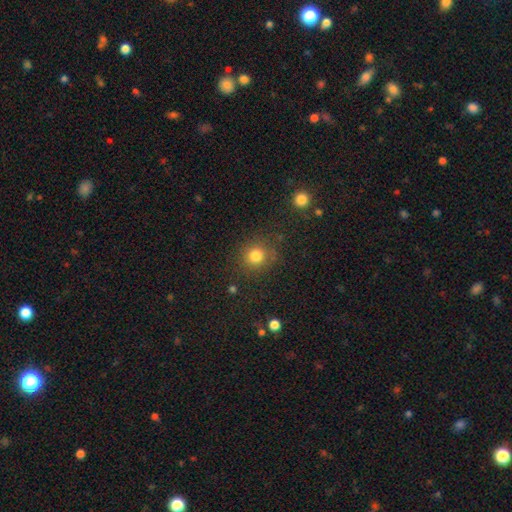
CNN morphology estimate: smooth 81%, star or artifact 14%, featured or disk 6%. Down the decision tree: how rounded — round (91%); merging — none (84%).